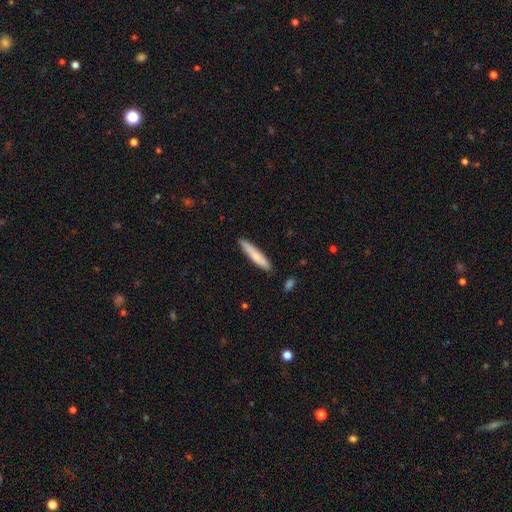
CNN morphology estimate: Q: Smooth or featured?
A: smooth (79%); runner-up: featured or disk (16%)
Q: How rounded?
A: cigar-shaped (90%); runner-up: in between (8%)
Q: Merging?
A: none (87%); runner-up: minor disturbance (10%)